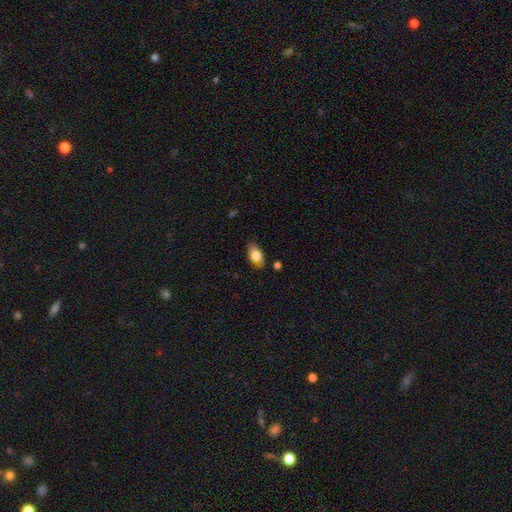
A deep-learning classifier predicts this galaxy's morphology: Overall: smooth (69%). How rounded: in between (87%). Merging: none (76%).